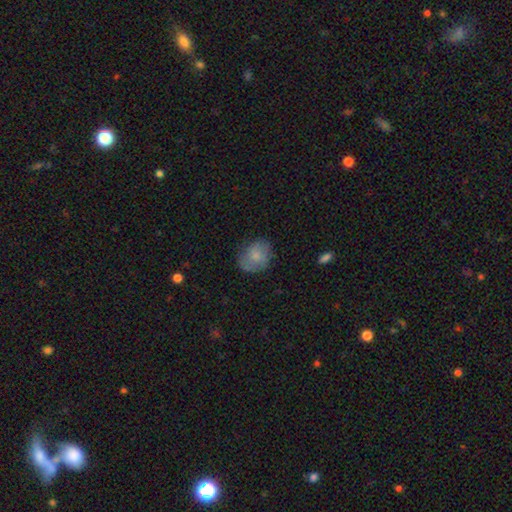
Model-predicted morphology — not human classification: Smooth or featured: smooth — 75% (featured or disk — 18%)
How rounded: in between — 50% (round — 49%)
Merging: none — 67% (minor disturbance — 24%)